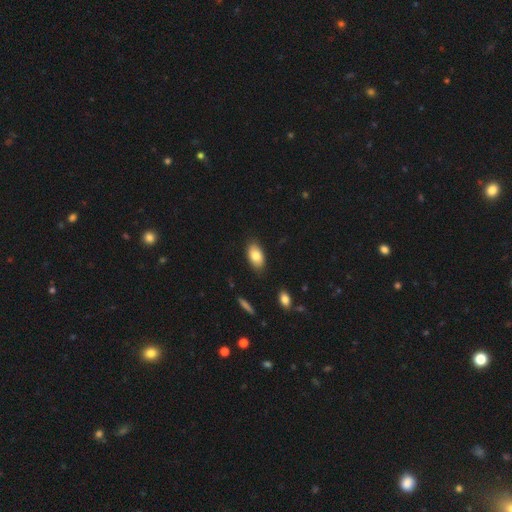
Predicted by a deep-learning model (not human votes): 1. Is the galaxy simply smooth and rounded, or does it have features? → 82% smooth, 11% featured or disk, 7% star or artifact.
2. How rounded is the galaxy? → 93% in between, 5% round, 2% cigar-shaped.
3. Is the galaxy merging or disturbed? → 85% none, 11% minor disturbance, 2% major disturbance, 2% merger.